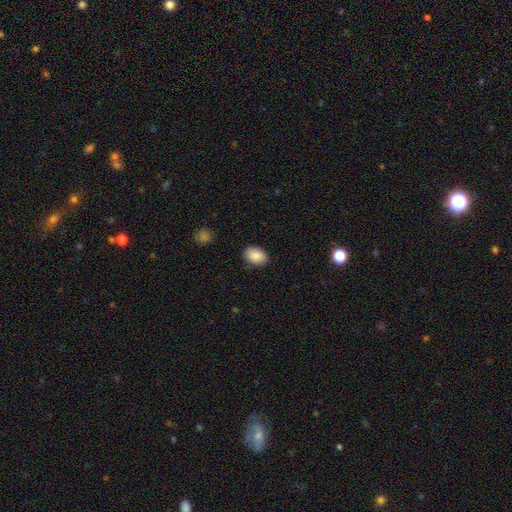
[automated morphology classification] The model was most divided on "how rounded": in between: 82%, round: 17%, cigar-shaped: 1%. More confident: smooth or featured — smooth (89%); merging — none (85%).